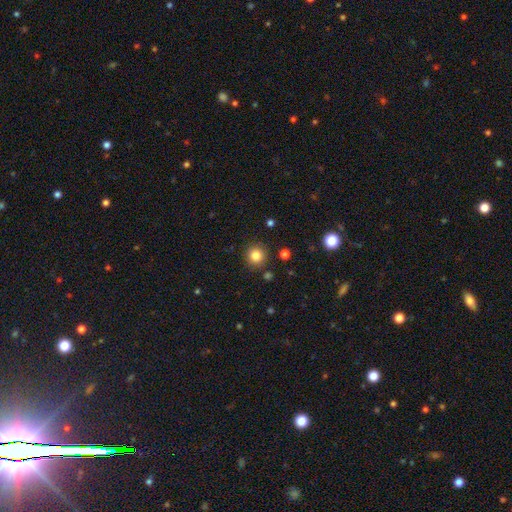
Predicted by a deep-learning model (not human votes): Overall: smooth (84%). How rounded: round (94%). Merging: none (90%).